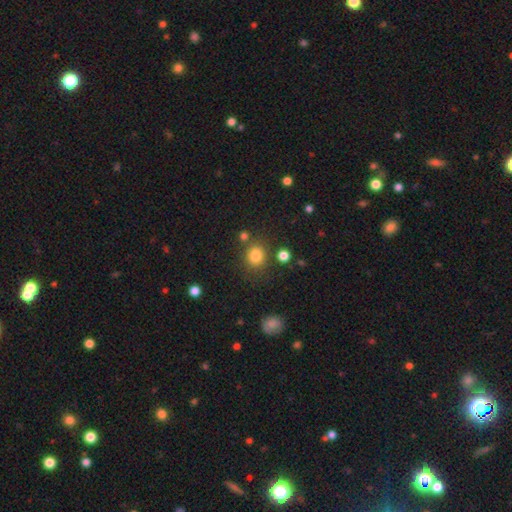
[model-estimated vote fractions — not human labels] Smooth or featured?
  - smooth: 81% *
  - star or artifact: 13%
  - featured or disk: 6%
How rounded?
  - round: 81% *
  - in between: 18%
  - cigar-shaped: 1%
Merging?
  - none: 77% *
  - minor disturbance: 11%
  - merger: 8%
  - major disturbance: 4%